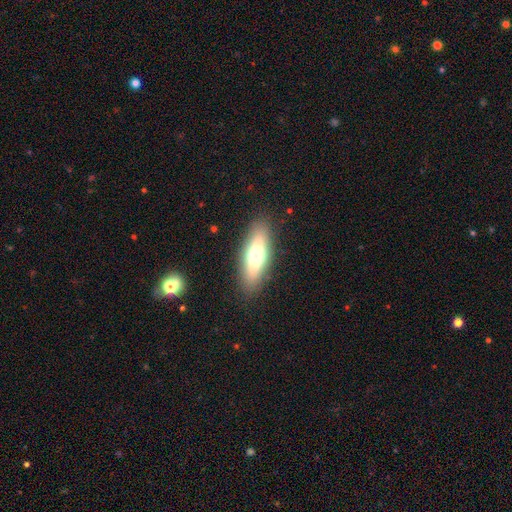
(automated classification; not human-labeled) Smooth or featured? smooth (60%)
How rounded? in between (58%)
Merging? none (87%)